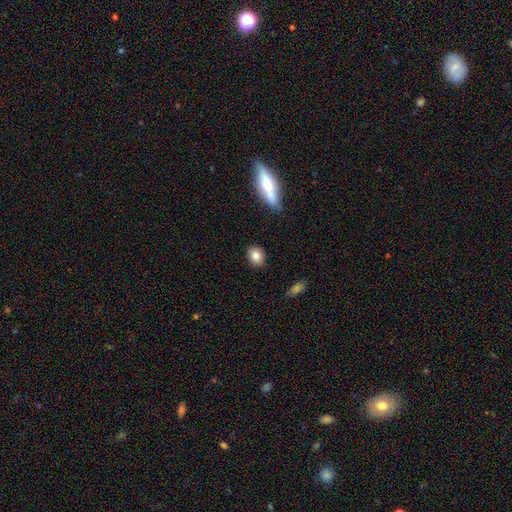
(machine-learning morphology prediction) A smooth galaxy with no disk features (83%) that is round (57%). Merging: none (88%).